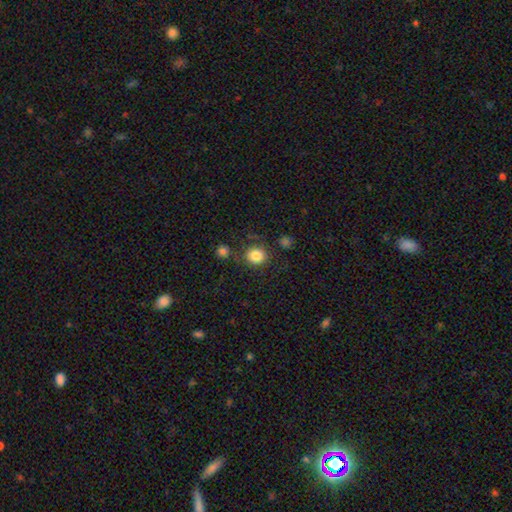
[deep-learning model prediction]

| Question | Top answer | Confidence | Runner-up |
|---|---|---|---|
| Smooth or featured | smooth | 84% | star or artifact (11%) |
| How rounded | round | 87% | in between (12%) |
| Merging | none | 80% | minor disturbance (11%) |